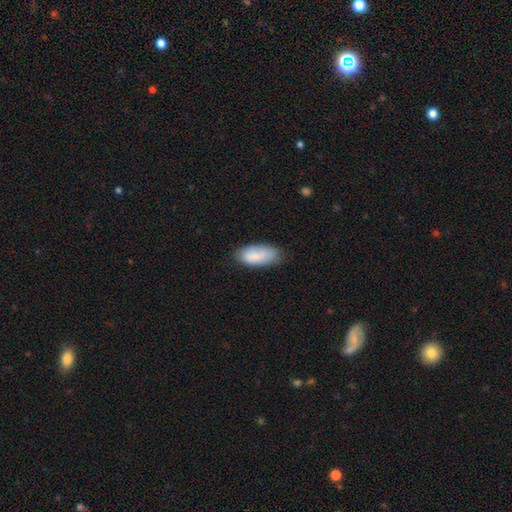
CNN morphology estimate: Smooth or featured: smooth — 80% (featured or disk — 13%)
How rounded: in between — 90% (cigar-shaped — 8%)
Merging: none — 67% (minor disturbance — 25%)